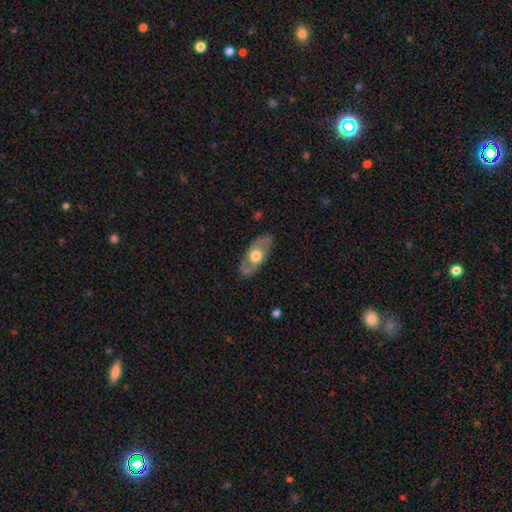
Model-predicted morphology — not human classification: Smooth or featured?
  - featured or disk: 59% *
  - smooth: 36%
  - star or artifact: 5%
Edge-on disk?
  - no: 78% *
  - yes: 22%
Merging?
  - none: 80% *
  - minor disturbance: 14%
  - major disturbance: 4%
  - merger: 1%